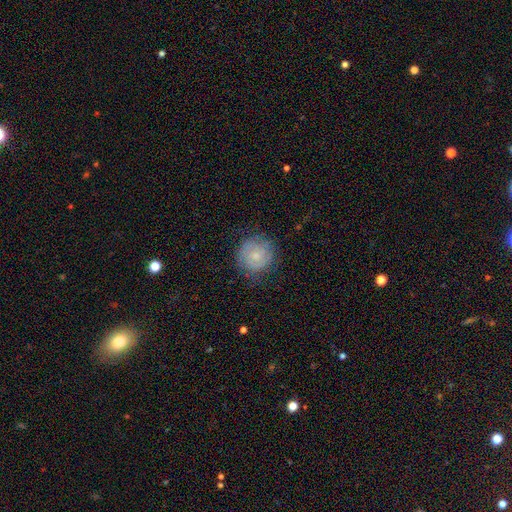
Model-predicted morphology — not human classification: Q: Smooth or featured?
A: smooth (48%); runner-up: featured or disk (44%)
Q: Merging?
A: none (78%); runner-up: minor disturbance (16%)